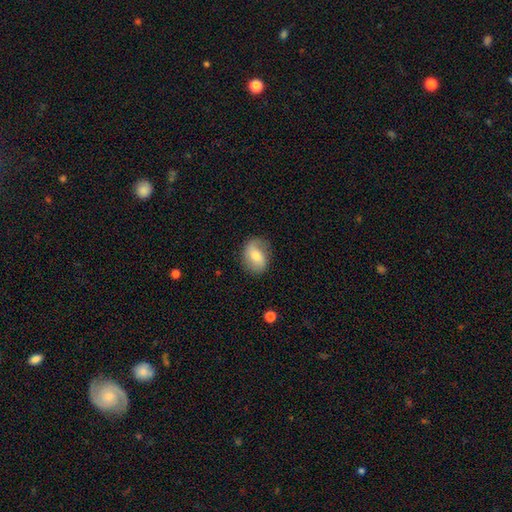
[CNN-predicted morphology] smooth 56%, featured or disk 37%, star or artifact 8%. Down the decision tree: how rounded — in between (66%); merging — none (74%).